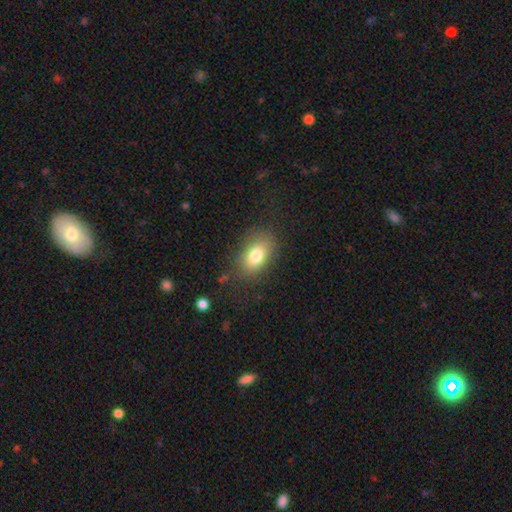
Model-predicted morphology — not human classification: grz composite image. It shows a smooth galaxy with no disk features (79%) that is in between round and cigar-shaped (84%). Merging: none (78%).